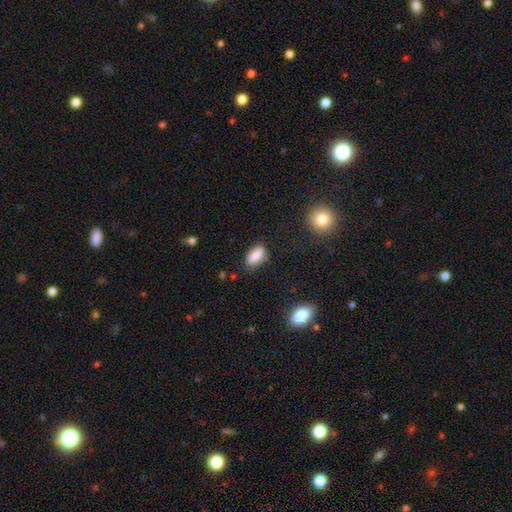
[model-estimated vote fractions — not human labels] A smooth galaxy with no disk features (83%) that is in between round and cigar-shaped (80%).

Vote fractions:
- Smooth or featured? smooth: 83% / featured or disk: 9% / star or artifact: 8%
- How rounded? in between: 80% / cigar-shaped: 17% / round: 4%
- Merging? none: 75% / minor disturbance: 18% / major disturbance: 4% / merger: 2%